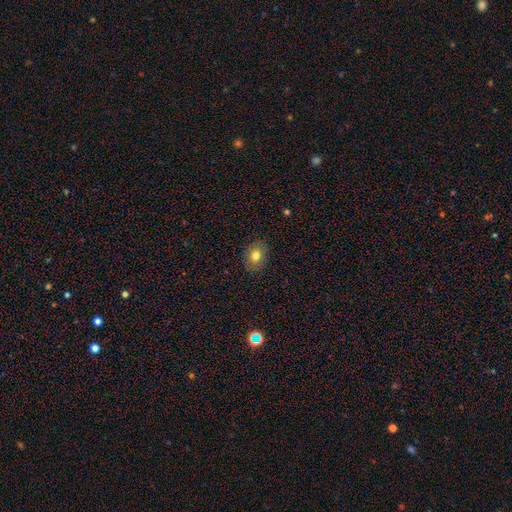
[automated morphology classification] This is likely a smooth galaxy (78%). How rounded: possibly in between (58%). Merging: clearly none (87%).